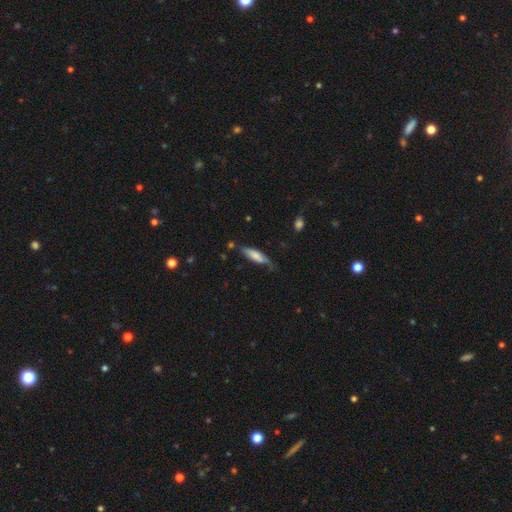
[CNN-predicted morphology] smooth_or_featured: smooth (p=0.67) [alt: featured or disk p=0.27]
how_rounded: cigar-shaped (p=0.59) [alt: in between p=0.39]
merging: none (p=0.48) [alt: minor disturbance p=0.35]